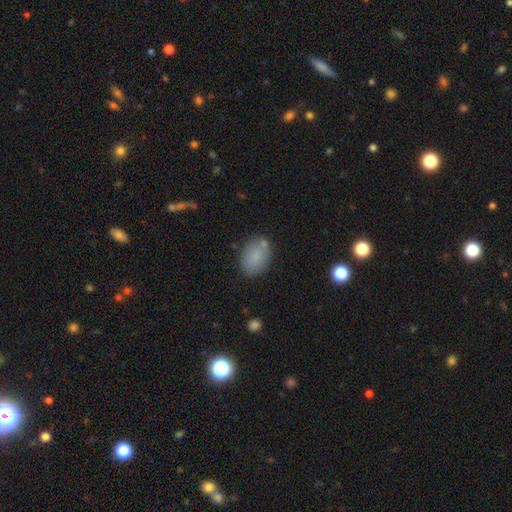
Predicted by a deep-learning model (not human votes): Q: Smooth or featured?
A: smooth (79%); runner-up: featured or disk (12%)
Q: How rounded?
A: in between (84%); runner-up: round (15%)
Q: Merging?
A: none (74%); runner-up: minor disturbance (15%)